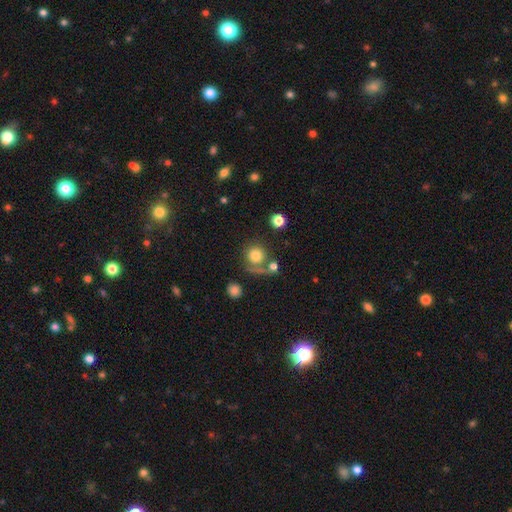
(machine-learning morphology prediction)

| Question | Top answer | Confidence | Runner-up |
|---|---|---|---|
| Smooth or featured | smooth | 78% | star or artifact (12%) |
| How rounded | round | 90% | in between (9%) |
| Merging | none | 59% | merger (20%) |